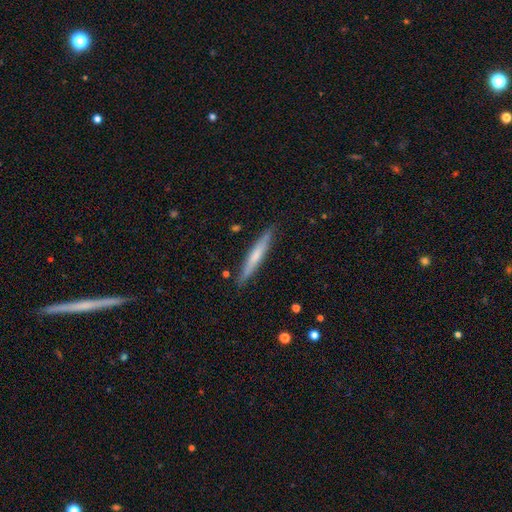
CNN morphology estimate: This is possibly a smooth galaxy (56%). How rounded: clearly cigar-shaped (95%). Merging: clearly none (88%).